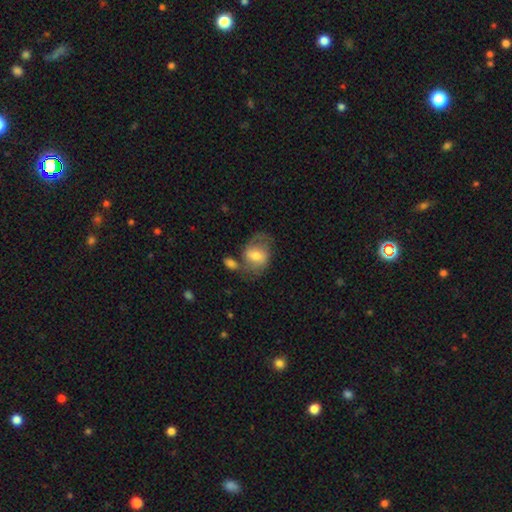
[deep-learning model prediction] smooth 55%, featured or disk 38%, star or artifact 7%. Down the decision tree: how rounded — in between (59%); merging — none (42%).